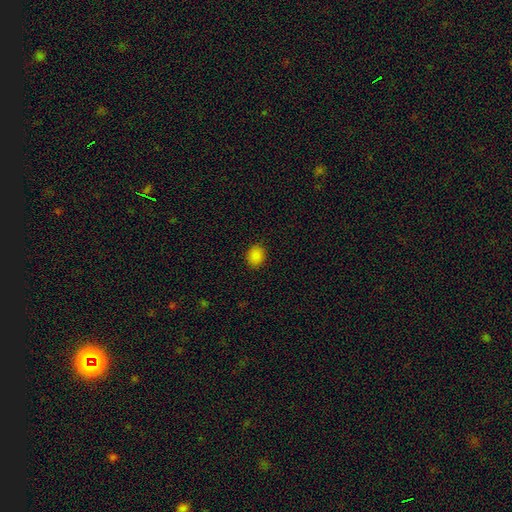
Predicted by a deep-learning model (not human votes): smooth-or-featured: smooth: 86% | star or artifact: 11% | featured or disk: 3%
  how-rounded: round: 57% | in between: 42% | cigar-shaped: 1%
  merging: none: 89% | minor disturbance: 8% | major disturbance: 2% | merger: 1%